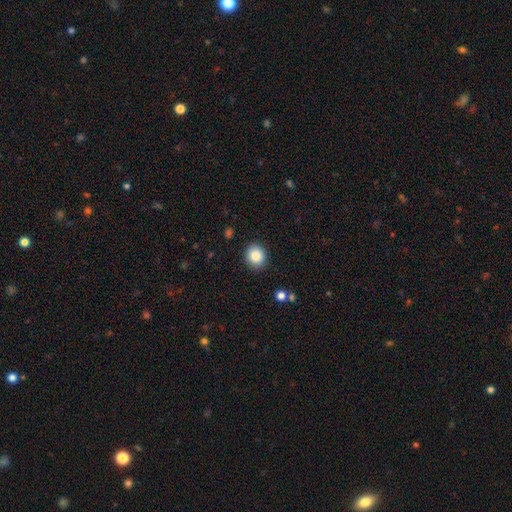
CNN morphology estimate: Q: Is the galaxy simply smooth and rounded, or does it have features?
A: smooth — 86%.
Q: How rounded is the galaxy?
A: round — 74%.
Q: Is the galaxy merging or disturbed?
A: none — 88%.